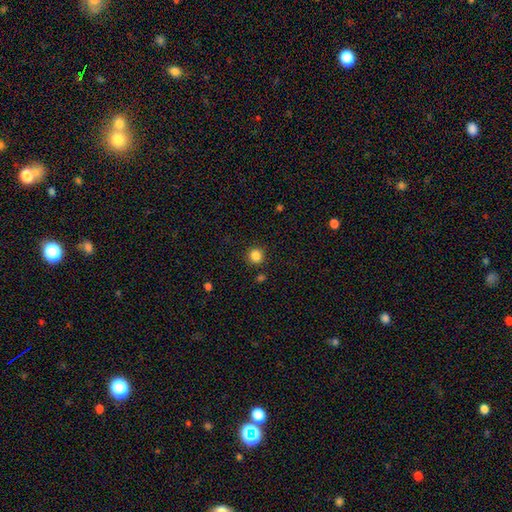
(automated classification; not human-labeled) smooth 85%, star or artifact 11%, featured or disk 3%. Down the decision tree: how rounded — round (92%); merging — none (89%).